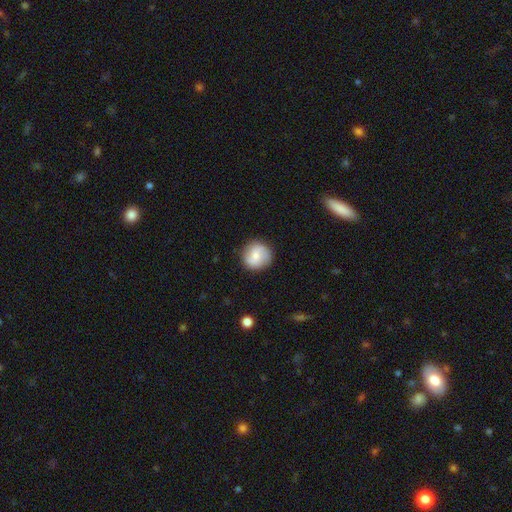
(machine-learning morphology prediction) smooth_or_featured: smooth (p=0.59) [alt: featured or disk p=0.33]
how_rounded: round (p=0.92) [alt: in between p=0.07]
merging: none (p=0.86) [alt: minor disturbance p=0.10]